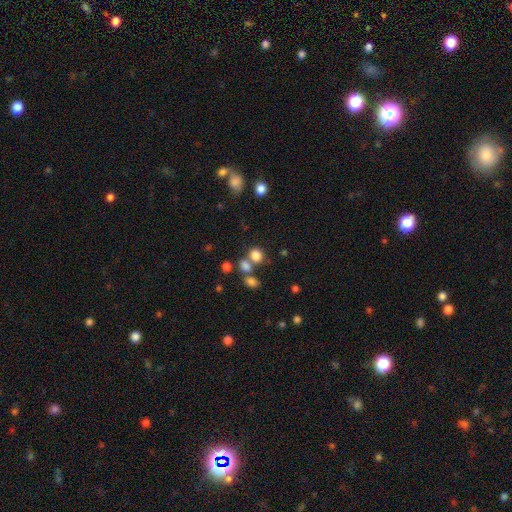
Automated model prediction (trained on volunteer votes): This is likely a smooth galaxy (79%). How rounded: likely round (71%). Merging: possibly none (57%).